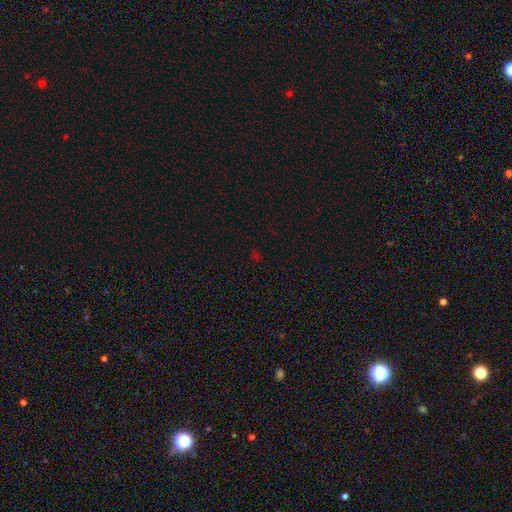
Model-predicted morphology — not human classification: Q: Smooth or featured?
A: star or artifact (58%); runner-up: smooth (35%)